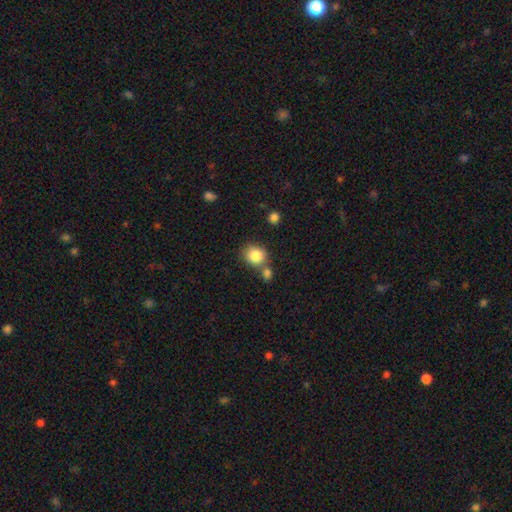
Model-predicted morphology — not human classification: This appears to be a smooth galaxy with no disk features (85%) that is round (80%). Merging: none (60%).